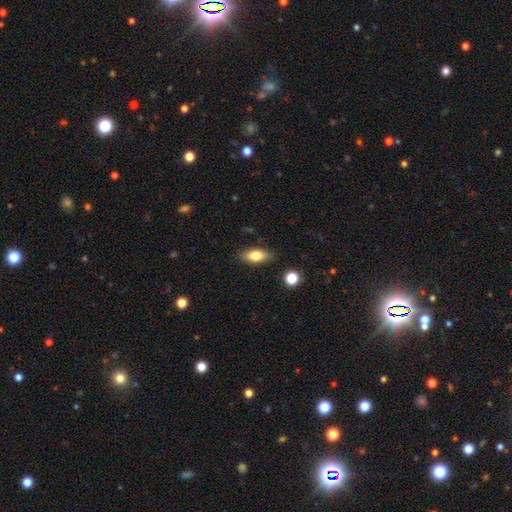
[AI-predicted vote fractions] Smooth or featured? smooth (77%)
How rounded? in between (84%)
Merging? none (85%)